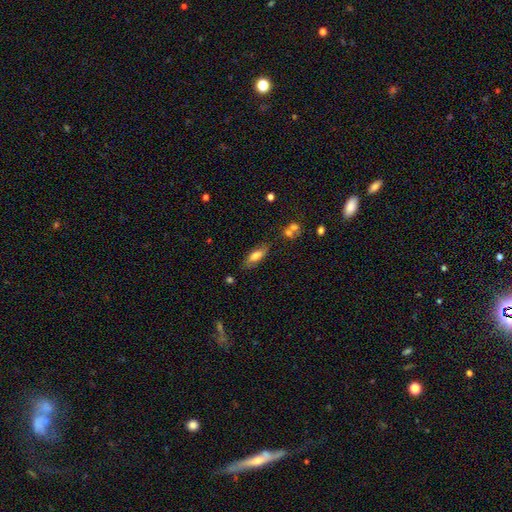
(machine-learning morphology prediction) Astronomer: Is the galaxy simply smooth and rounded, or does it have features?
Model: smooth — 70%.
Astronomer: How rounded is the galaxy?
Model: in between — 62%.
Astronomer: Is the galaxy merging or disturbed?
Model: none — 76%.